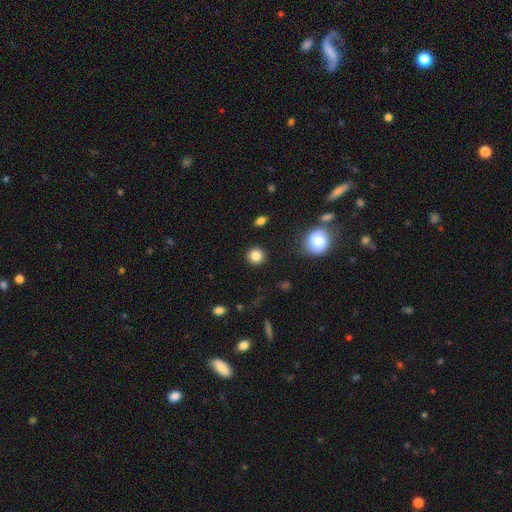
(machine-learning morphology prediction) A smooth galaxy with no disk features (84%) that is round (92%). Merging: none (90%).